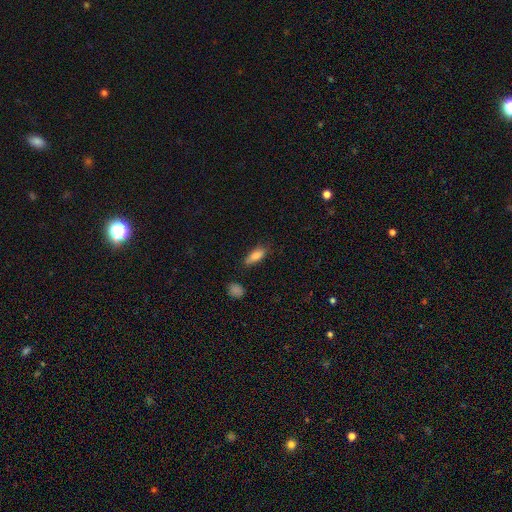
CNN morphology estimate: smooth-or-featured: smooth: 81% | featured or disk: 11% | star or artifact: 8%
  how-rounded: in between: 70% | cigar-shaped: 28% | round: 3%
  merging: none: 78% | minor disturbance: 17% | major disturbance: 3% | merger: 2%